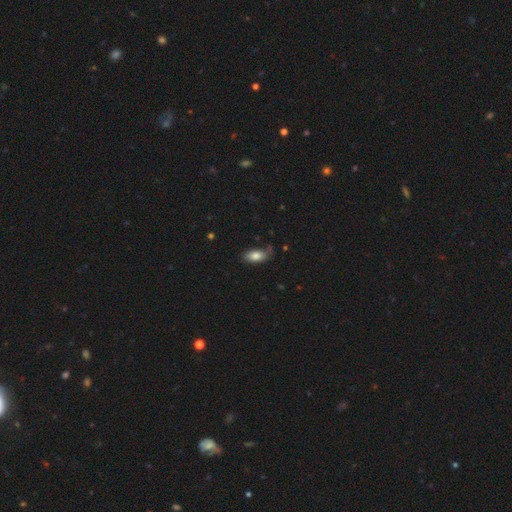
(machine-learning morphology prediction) This appears to be a smooth galaxy with no disk features (80%) that is in between round and cigar-shaped (88%). Merging: none (62%).